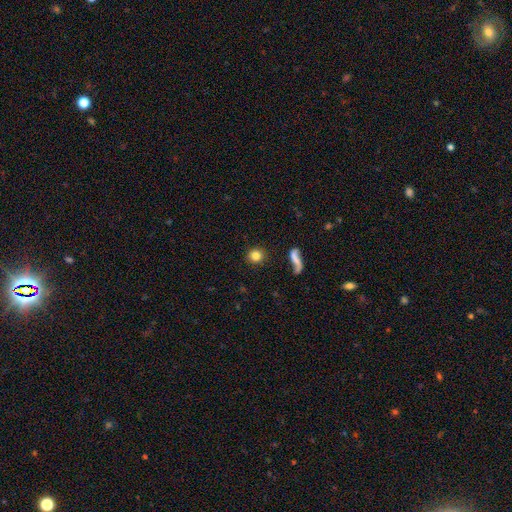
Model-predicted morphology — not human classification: The model was most divided on "smooth or featured": smooth: 82%, star or artifact: 10%, featured or disk: 8%. More confident: how rounded — round (90%); merging — none (88%).